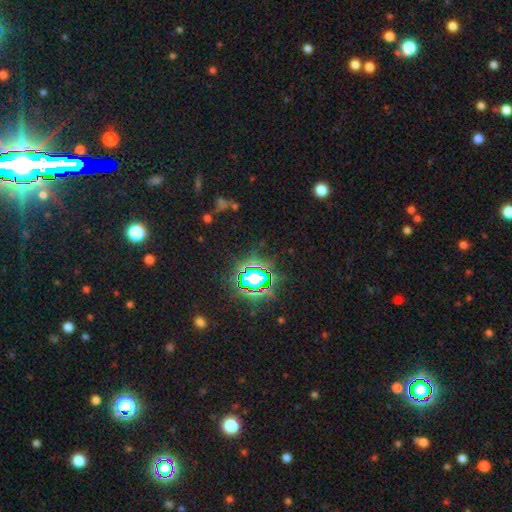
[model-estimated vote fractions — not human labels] A star or artifact, not a galaxy (76%).